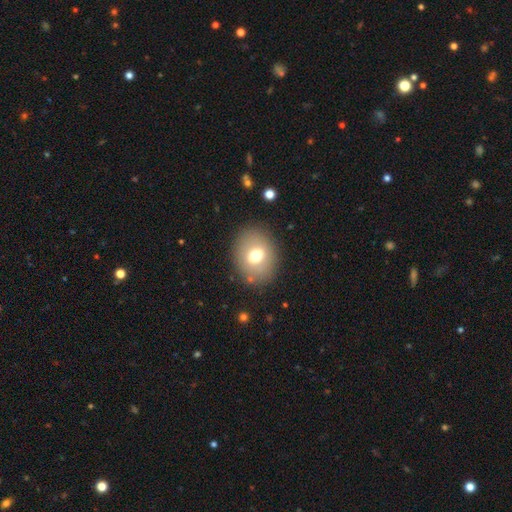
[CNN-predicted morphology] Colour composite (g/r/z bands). It shows a smooth galaxy with no disk features (67%) that is round (53%). Merging: none (84%).